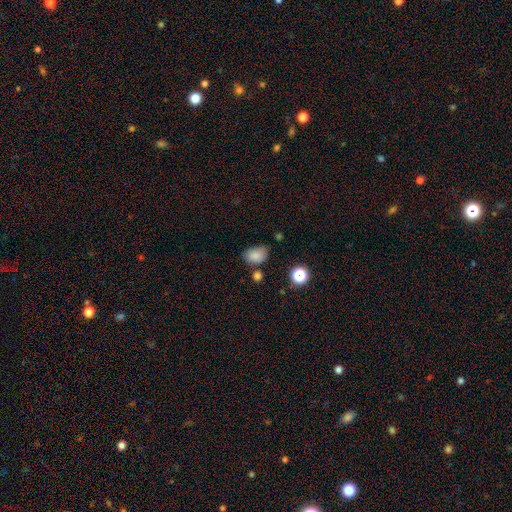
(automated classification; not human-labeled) The model was most divided on "merging": none: 60%, minor disturbance: 26%, merger: 7%, major disturbance: 6%. More confident: smooth or featured — smooth (83%); how rounded — in between (79%).